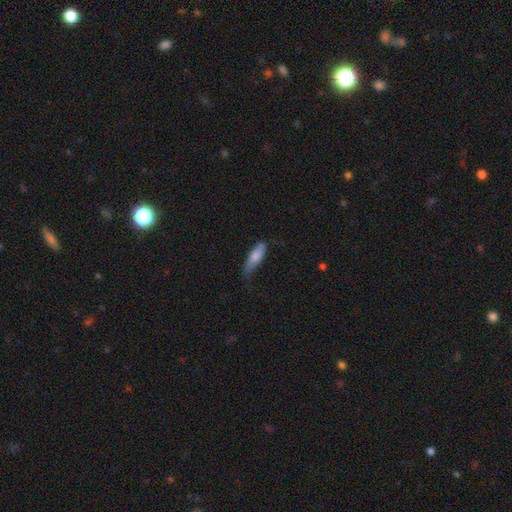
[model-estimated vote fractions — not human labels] Smooth or featured? smooth (78%)
How rounded? in between (54%)
Merging? none (46%)